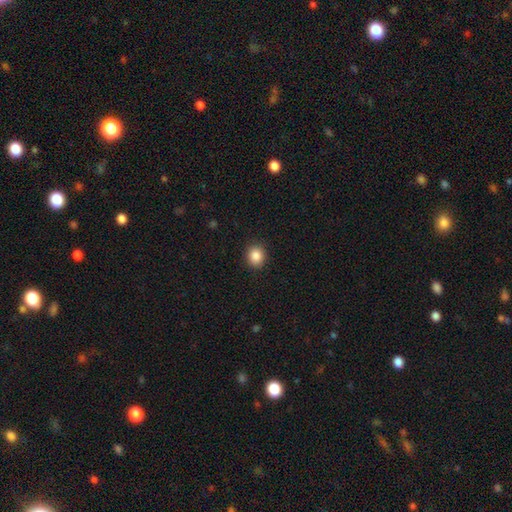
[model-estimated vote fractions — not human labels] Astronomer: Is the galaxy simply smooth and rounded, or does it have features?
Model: smooth — 87%.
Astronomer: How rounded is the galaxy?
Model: round — 72%.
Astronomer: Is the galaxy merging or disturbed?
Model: none — 90%.